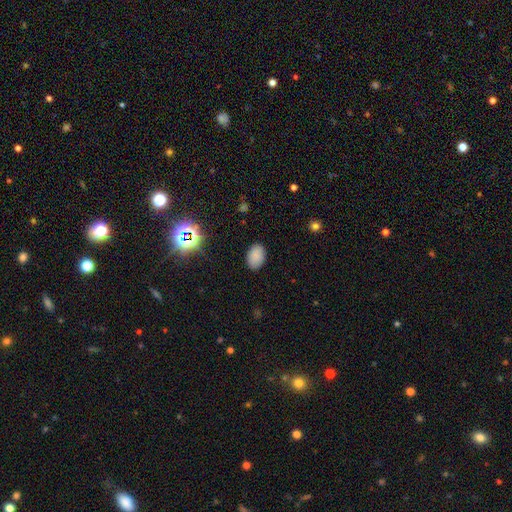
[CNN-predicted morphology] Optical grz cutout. It shows a smooth galaxy with no disk features (83%) that is in between round and cigar-shaped (87%). Merging: none (87%).